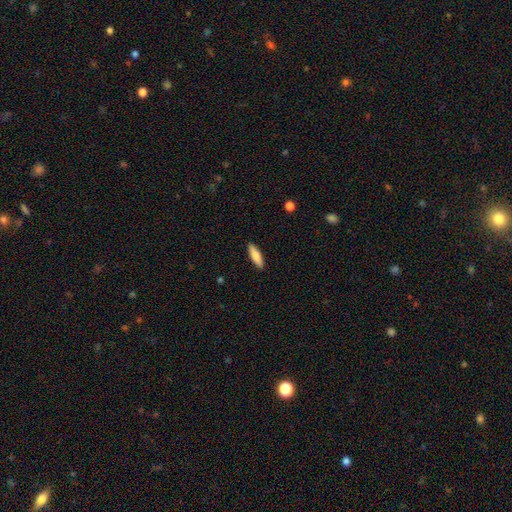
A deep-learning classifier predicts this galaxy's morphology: smooth_or_featured: smooth (p=0.80) [alt: featured or disk p=0.14]
how_rounded: cigar-shaped (p=0.62) [alt: in between p=0.37]
merging: none (p=0.90) [alt: minor disturbance p=0.07]